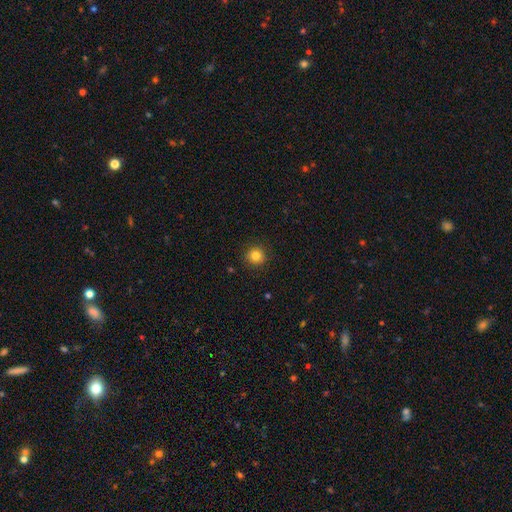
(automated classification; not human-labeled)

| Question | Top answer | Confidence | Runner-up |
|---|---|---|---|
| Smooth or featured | smooth | 83% | star or artifact (12%) |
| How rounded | round | 94% | in between (5%) |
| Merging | none | 91% | minor disturbance (6%) |